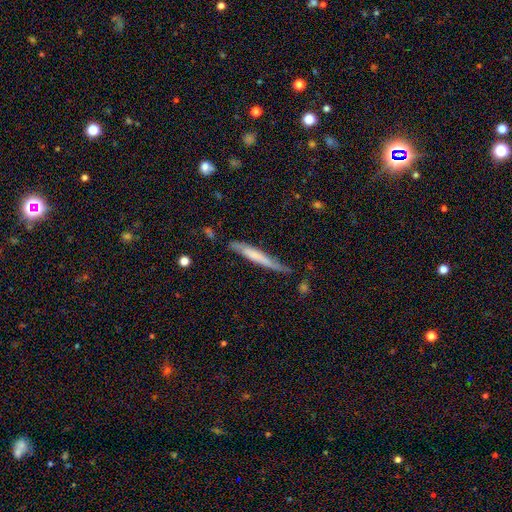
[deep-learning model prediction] Smooth or featured? Predicted: smooth (p=0.53). How rounded? Predicted: cigar-shaped (p=0.94). Merging? Predicted: none (p=0.64).